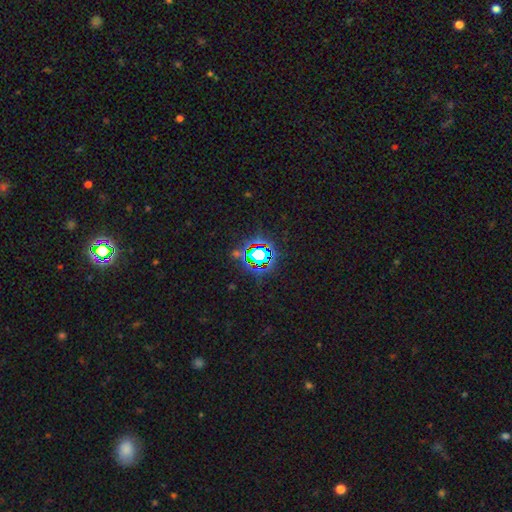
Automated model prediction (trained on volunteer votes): A star or artifact, not a galaxy (76%).